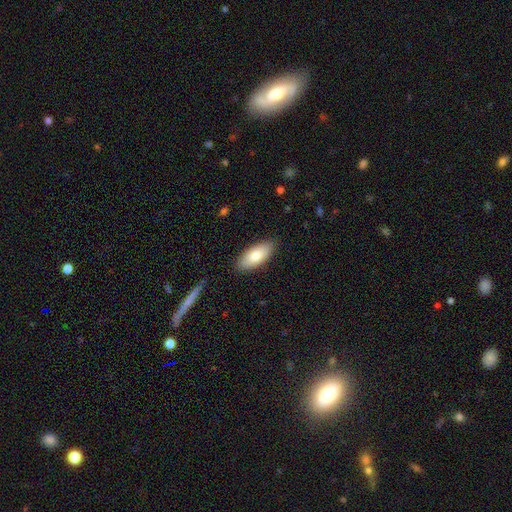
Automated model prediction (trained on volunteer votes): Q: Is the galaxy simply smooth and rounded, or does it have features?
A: smooth — 81%.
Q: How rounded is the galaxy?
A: in between — 87%.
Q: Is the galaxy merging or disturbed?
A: none — 87%.